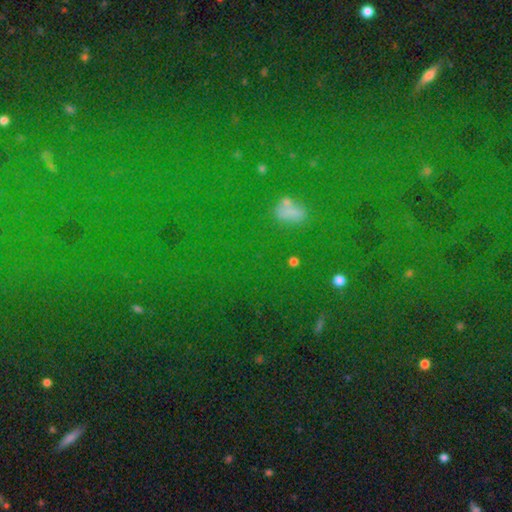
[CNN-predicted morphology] Smooth or featured: star or artifact — 65% (smooth — 27%)